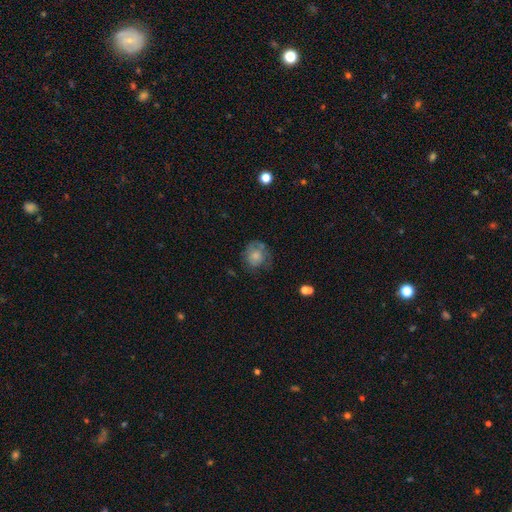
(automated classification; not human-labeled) A smooth galaxy with no disk features (65%) that is round (80%). Merging: none (56%).